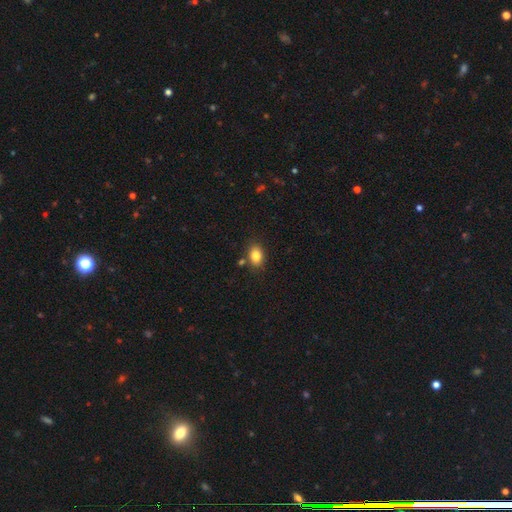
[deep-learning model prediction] A smooth galaxy with no disk features (84%) that is in between round and cigar-shaped (77%). Merging: none (80%).